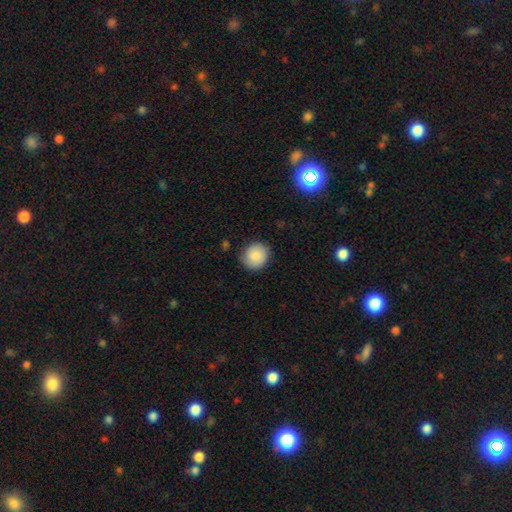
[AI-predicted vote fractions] The model was most divided on "how rounded": round: 84%, in between: 15%, cigar-shaped: 1%. More confident: smooth or featured — smooth (85%); merging — none (84%).